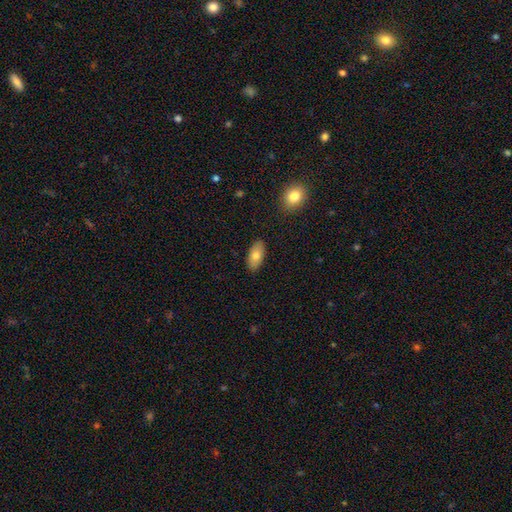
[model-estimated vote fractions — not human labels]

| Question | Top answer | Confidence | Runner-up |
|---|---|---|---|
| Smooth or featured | smooth | 75% | featured or disk (18%) |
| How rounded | in between | 90% | cigar-shaped (7%) |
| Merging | none | 88% | minor disturbance (9%) |